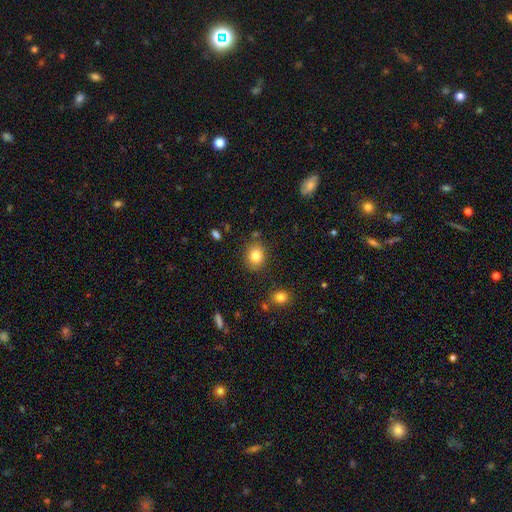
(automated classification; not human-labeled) Smooth or featured? smooth (83%)
How rounded? round (58%)
Merging? none (82%)